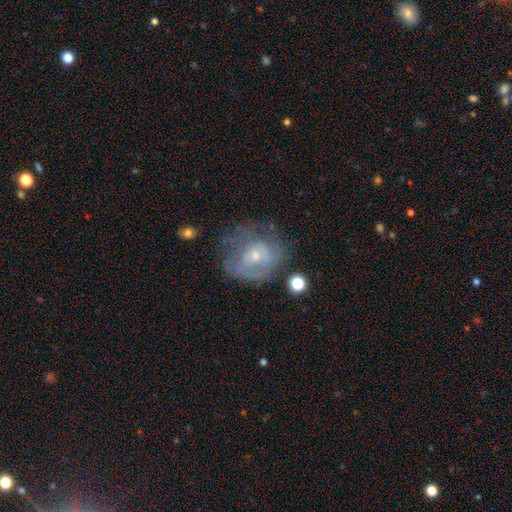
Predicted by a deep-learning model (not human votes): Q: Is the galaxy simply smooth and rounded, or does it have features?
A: featured or disk — 65%.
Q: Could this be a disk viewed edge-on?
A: no — 97%.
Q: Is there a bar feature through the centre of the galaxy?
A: no — 69%.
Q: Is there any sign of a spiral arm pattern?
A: yes — 58%.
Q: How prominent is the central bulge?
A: small — 64%.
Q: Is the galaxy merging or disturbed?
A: none — 50%.